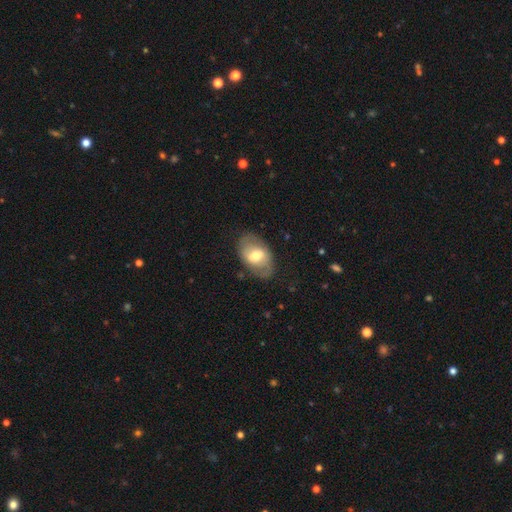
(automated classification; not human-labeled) smooth-or-featured: smooth: 52% | featured or disk: 42% | star or artifact: 6%
  how-rounded: in between: 86% | round: 13% | cigar-shaped: 1%
  merging: none: 73% | minor disturbance: 18% | major disturbance: 7% | merger: 1%